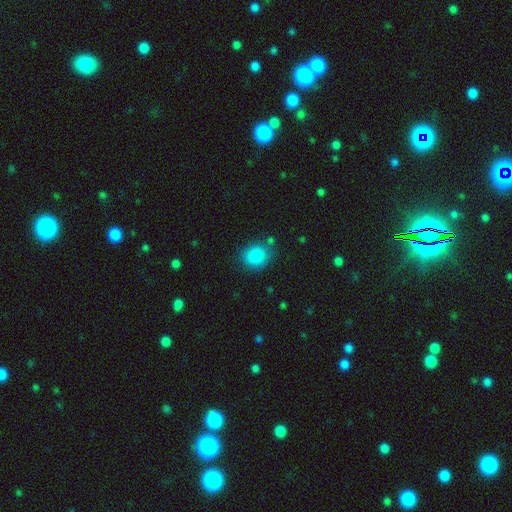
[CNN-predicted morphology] A smooth galaxy with no disk features (87%) that is round (74%). Merging: none (76%).